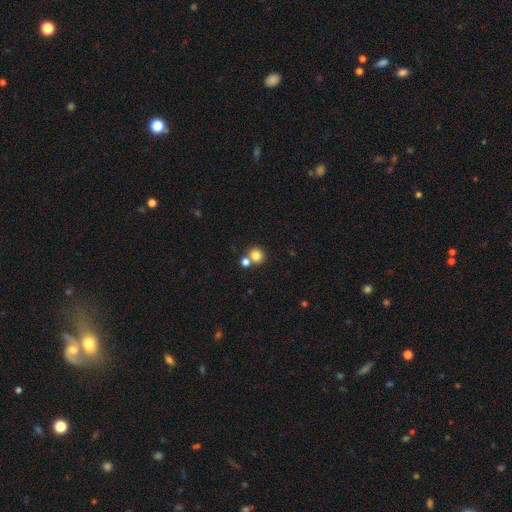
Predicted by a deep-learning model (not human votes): Smooth or featured: smooth — 82% (star or artifact — 11%)
How rounded: round — 85% (in between — 14%)
Merging: none — 59% (merger — 31%)